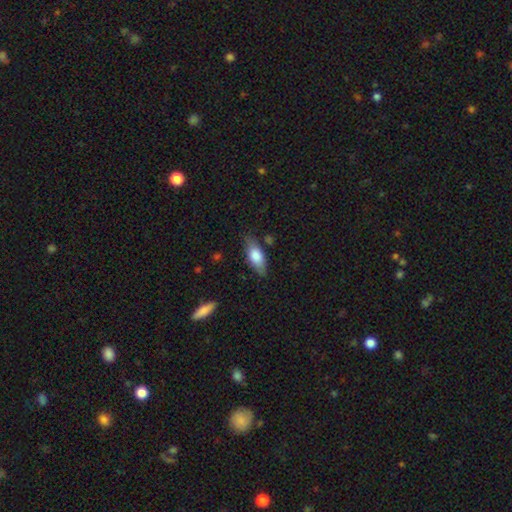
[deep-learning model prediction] Smooth or featured?
  - smooth: 73% *
  - featured or disk: 21%
  - star or artifact: 6%
How rounded?
  - in between: 76% *
  - cigar-shaped: 21%
  - round: 3%
Merging?
  - none: 75% *
  - minor disturbance: 18%
  - major disturbance: 4%
  - merger: 2%